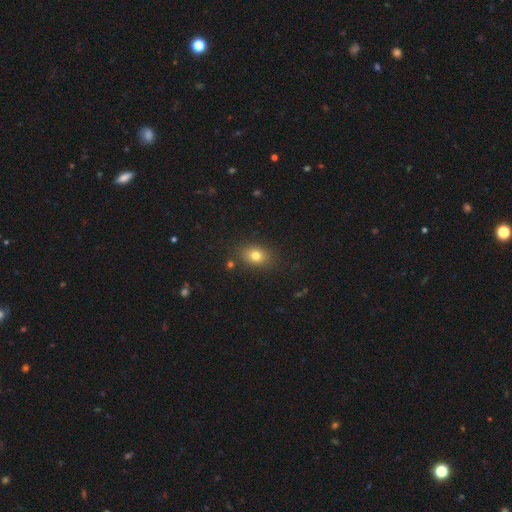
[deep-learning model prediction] Smooth or featured?
  - smooth: 78% *
  - star or artifact: 12%
  - featured or disk: 9%
How rounded?
  - in between: 63% *
  - round: 35%
  - cigar-shaped: 1%
Merging?
  - none: 83% *
  - minor disturbance: 11%
  - major disturbance: 3%
  - merger: 3%